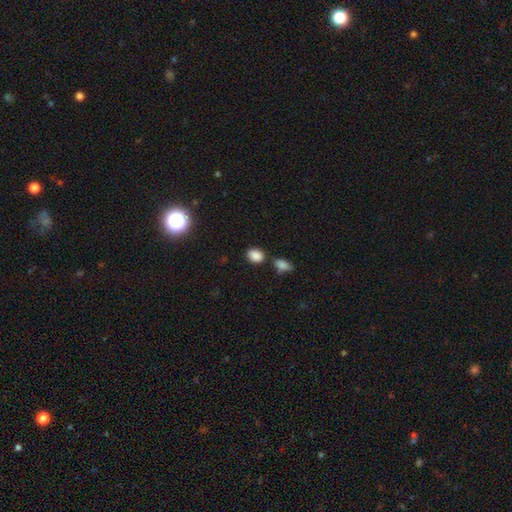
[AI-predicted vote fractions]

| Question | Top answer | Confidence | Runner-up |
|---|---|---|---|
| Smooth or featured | smooth | 85% | star or artifact (11%) |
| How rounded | in between | 70% | round (28%) |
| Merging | none | 69% | merger (14%) |